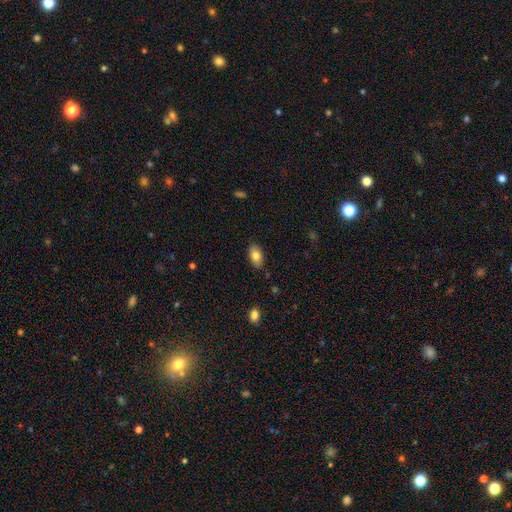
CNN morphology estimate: Overall: smooth (80%). How rounded: in between (91%). Merging: none (85%).